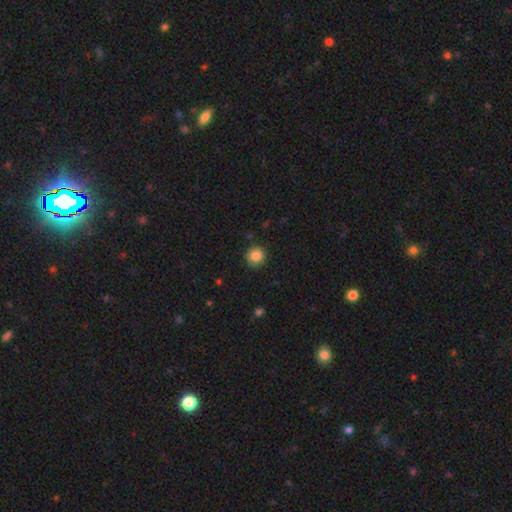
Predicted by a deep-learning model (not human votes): Overall: smooth (86%). How rounded: round (94%). Merging: none (89%).